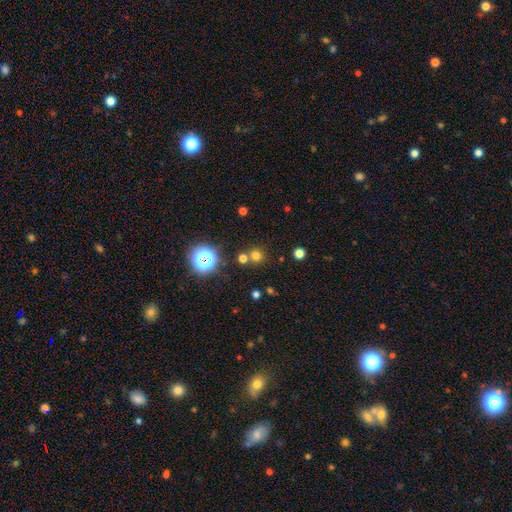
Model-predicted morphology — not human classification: smooth 65%, star or artifact 28%, featured or disk 7%. Down the decision tree: how rounded — round (91%); merging — none (72%).